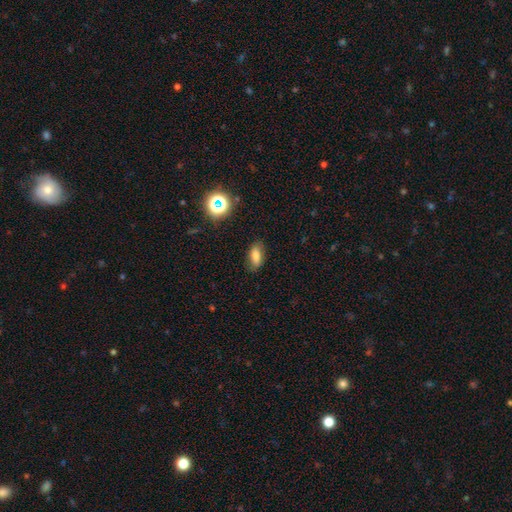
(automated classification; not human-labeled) smooth-or-featured: smooth: 75% | star or artifact: 13% | featured or disk: 12%
  how-rounded: in between: 84% | cigar-shaped: 11% | round: 6%
  merging: none: 81% | minor disturbance: 14% | major disturbance: 4% | merger: 1%